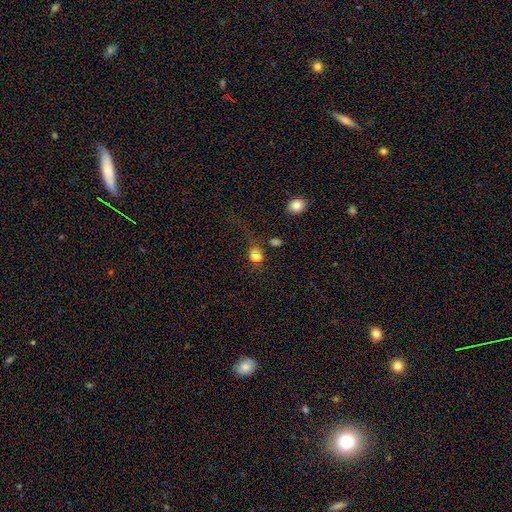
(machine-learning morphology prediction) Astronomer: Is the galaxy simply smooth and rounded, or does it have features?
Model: smooth — 60%.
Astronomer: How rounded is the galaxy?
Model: round — 57% (runner-up: in between, 39%).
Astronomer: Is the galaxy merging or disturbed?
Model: none — 56%.